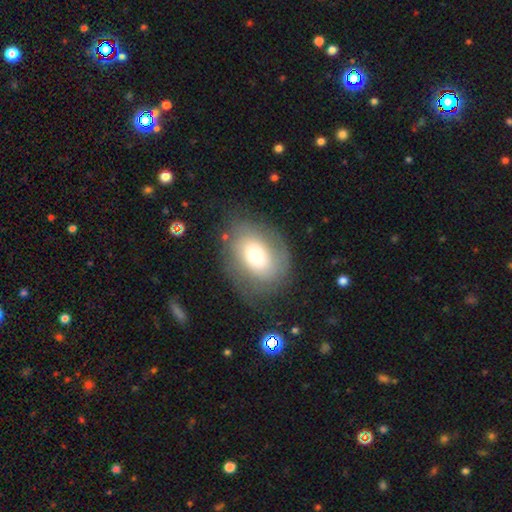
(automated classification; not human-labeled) Smooth or featured? Predicted: smooth (p=0.53). How rounded? Predicted: in between (p=0.72). Merging? Predicted: none (p=0.69).